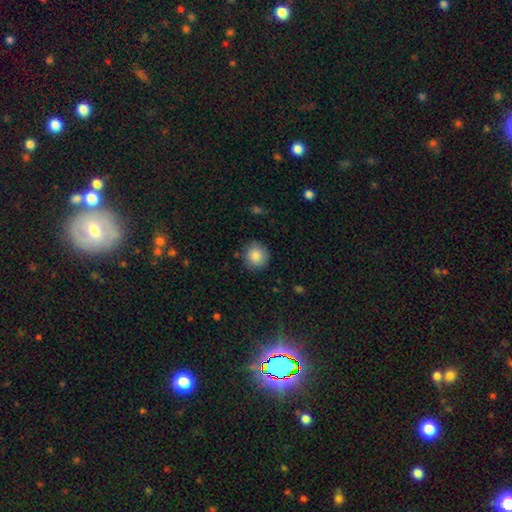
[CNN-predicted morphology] A smooth galaxy with no disk features (86%) that is round (90%).

Vote fractions:
- Smooth or featured? smooth: 86% / star or artifact: 8% / featured or disk: 5%
- How rounded? round: 90% / in between: 9% / cigar-shaped: 1%
- Merging? none: 86% / minor disturbance: 10% / major disturbance: 2% / merger: 1%